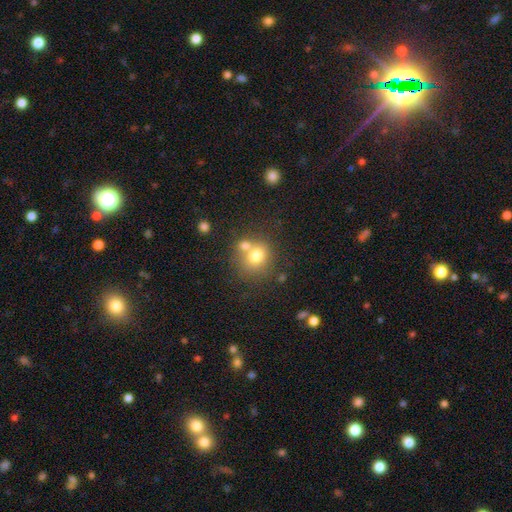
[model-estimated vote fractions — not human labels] smooth-or-featured: smooth: 74% | featured or disk: 15% | star or artifact: 12%
  how-rounded: round: 73% | in between: 27% | cigar-shaped: 1%
  merging: none: 48% | merger: 36% | minor disturbance: 11% | major disturbance: 5%